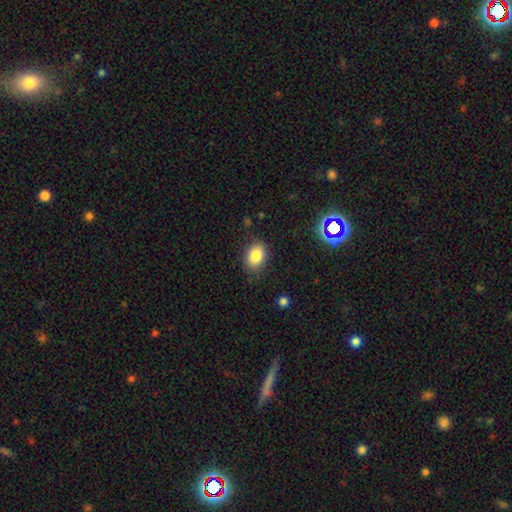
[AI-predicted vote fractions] Morphology: type=smooth (84%); roundness=in between (76%); merging=none (83%).